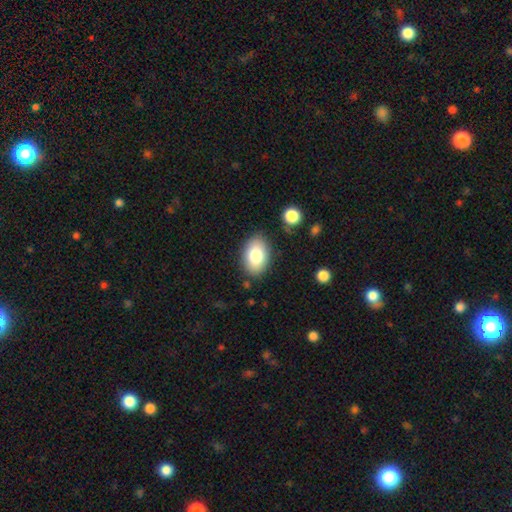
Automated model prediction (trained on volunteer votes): Smooth or featured?
  - smooth: 81% *
  - featured or disk: 11%
  - star or artifact: 7%
How rounded?
  - in between: 88% *
  - round: 11%
  - cigar-shaped: 1%
Merging?
  - none: 85% *
  - minor disturbance: 11%
  - major disturbance: 3%
  - merger: 2%